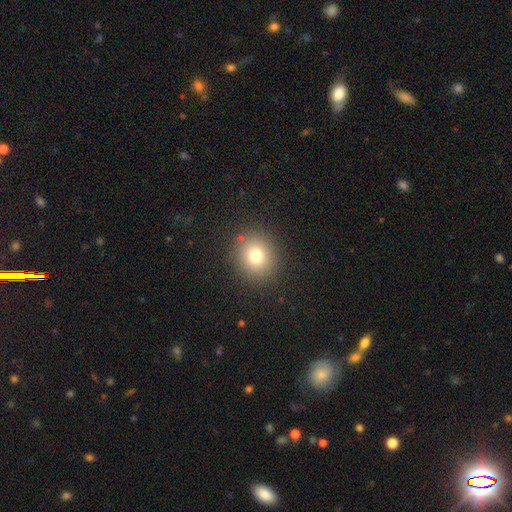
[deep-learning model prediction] A smooth galaxy with no disk features (76%) that is round (83%). Merging: none (88%).